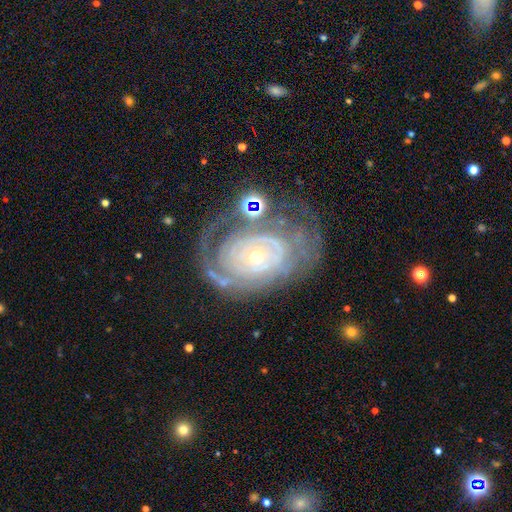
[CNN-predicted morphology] Smooth or featured? Predicted: featured or disk (p=0.86). Edge-on disk? Predicted: no (p=0.96). Bar? Predicted: no (p=0.81). Spiral arms? Predicted: yes (p=0.91). Spiral winding? Predicted: tight (p=0.79). Spiral arm count? Predicted: can't tell (p=0.39). Bulge size? Predicted: small (p=0.59). Merging? Predicted: none (p=0.58).